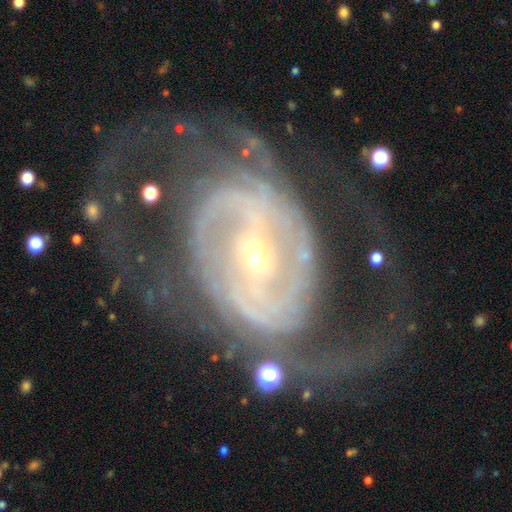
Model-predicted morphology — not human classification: type=featured or disk (89%); edge-on=no (96%); bar=strong (44%); spiral arms=yes (92%); winding=medium (44%); arm count=2 (65%); bulge=small (79%); merging=none (58%).